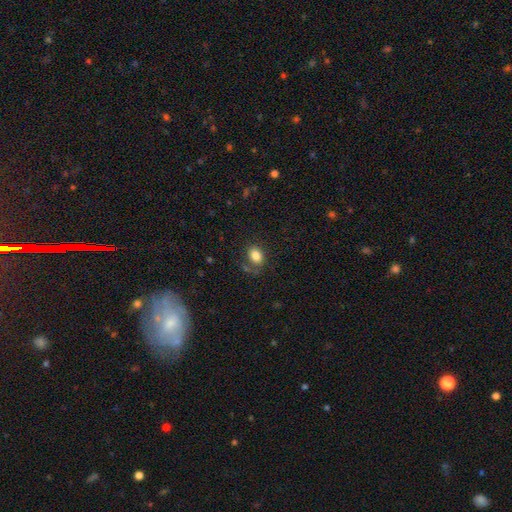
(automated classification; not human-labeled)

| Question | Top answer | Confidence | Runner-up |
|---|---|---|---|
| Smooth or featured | smooth | 82% | star or artifact (10%) |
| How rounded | in between | 75% | round (24%) |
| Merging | none | 70% | minor disturbance (17%) |